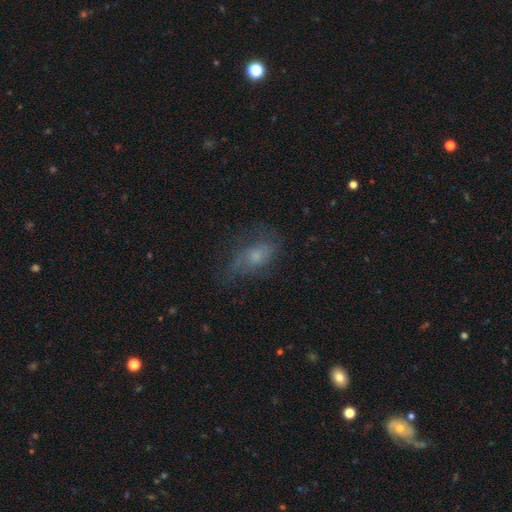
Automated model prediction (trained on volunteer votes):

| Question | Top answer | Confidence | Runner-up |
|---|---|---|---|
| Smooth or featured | smooth | 45% | featured or disk (41%) |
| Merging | none | 53% | minor disturbance (25%) |